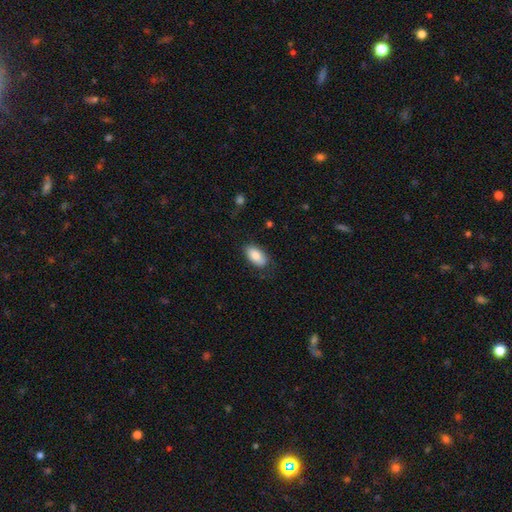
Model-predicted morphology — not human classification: Smooth or featured? smooth (85%)
How rounded? in between (93%)
Merging? none (77%)